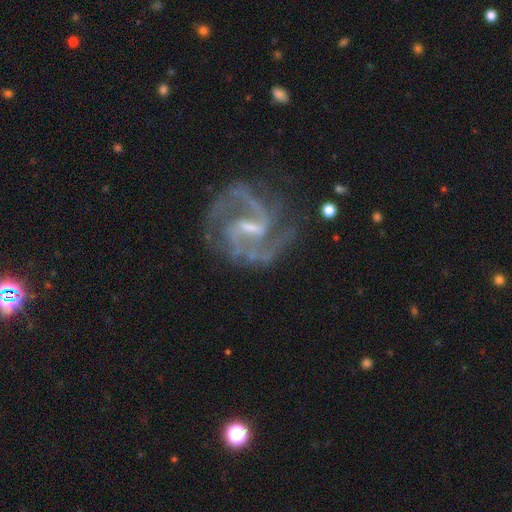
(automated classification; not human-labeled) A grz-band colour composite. It shows a featured or disk galaxy (92%) with a weak bar (55%), 2 (80%) medium (62%) spiral arms (98%) and a small central bulge (54%). Merging: none (70%).